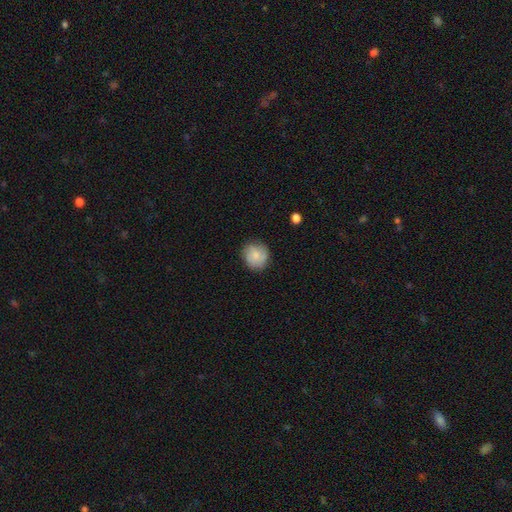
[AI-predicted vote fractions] Smooth or featured?
  - smooth: 72% *
  - featured or disk: 21%
  - star or artifact: 7%
How rounded?
  - round: 88% *
  - in between: 11%
  - cigar-shaped: 1%
Merging?
  - none: 82% *
  - minor disturbance: 14%
  - major disturbance: 3%
  - merger: 1%